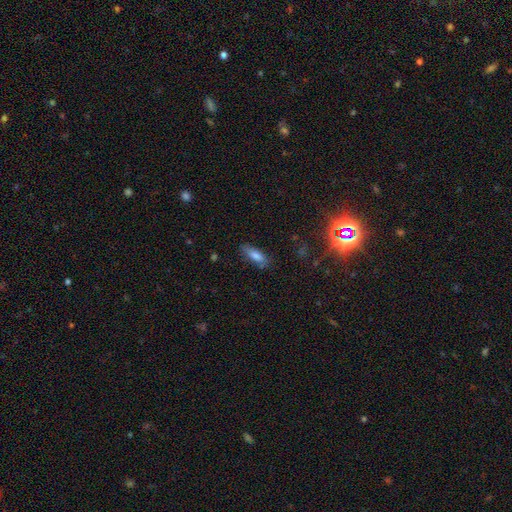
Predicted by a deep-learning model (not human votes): A smooth galaxy with no disk features (75%) that is in between round and cigar-shaped (53%).

Vote fractions:
- Smooth or featured? smooth: 75% / featured or disk: 17% / star or artifact: 8%
- How rounded? in between: 53% / cigar-shaped: 45% / round: 2%
- Merging? none: 78% / minor disturbance: 16% / major disturbance: 3% / merger: 2%